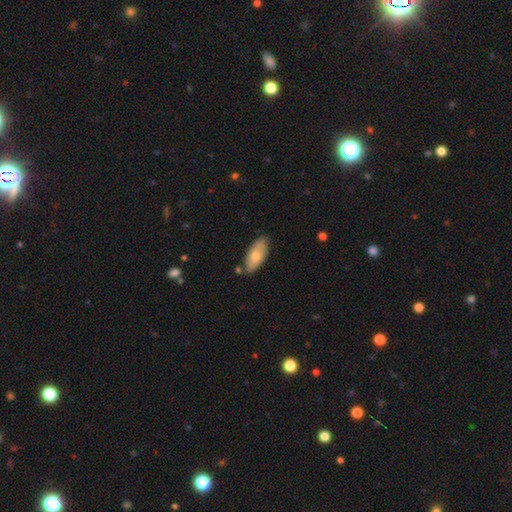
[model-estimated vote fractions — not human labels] A smooth galaxy with no disk features (75%) that is in between round and cigar-shaped (86%).

Vote fractions:
- Smooth or featured? smooth: 75% / featured or disk: 20% / star or artifact: 6%
- How rounded? in between: 86% / cigar-shaped: 12% / round: 2%
- Merging? none: 75% / minor disturbance: 18% / merger: 4% / major disturbance: 3%